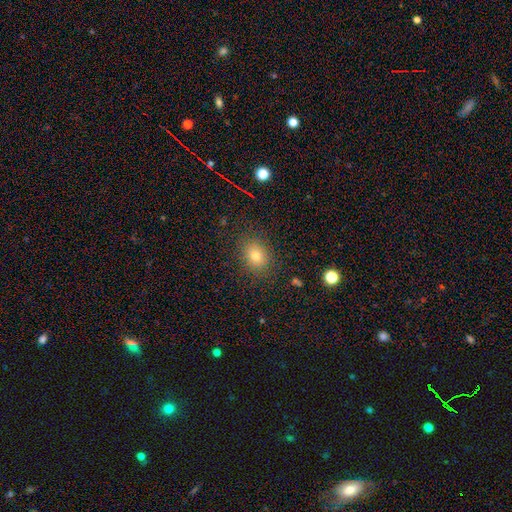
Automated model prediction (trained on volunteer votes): smooth-or-featured: smooth: 78% | star or artifact: 14% | featured or disk: 8%
  how-rounded: round: 52% | in between: 47% | cigar-shaped: 1%
  merging: none: 86% | minor disturbance: 9% | major disturbance: 3% | merger: 1%